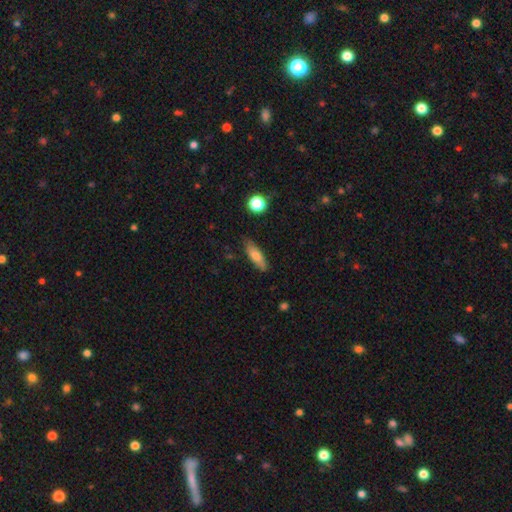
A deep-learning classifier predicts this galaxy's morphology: smooth-or-featured: smooth: 73% | featured or disk: 20% | star or artifact: 7%
  how-rounded: in between: 49% | cigar-shaped: 48% | round: 3%
  merging: none: 80% | minor disturbance: 16% | major disturbance: 3% | merger: 2%